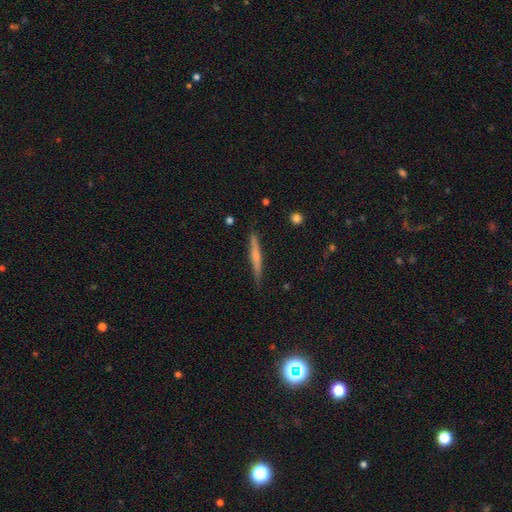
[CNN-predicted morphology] The model was most divided on "smooth or featured": smooth: 48%, featured or disk: 45%, star or artifact: 6%. More confident: merging — none (87%).